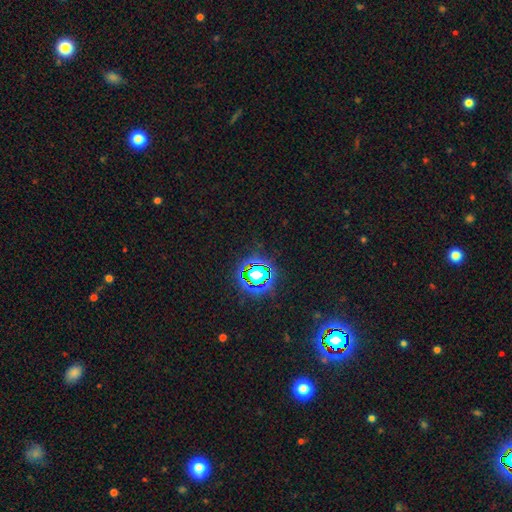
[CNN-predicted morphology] The model was most divided on "smooth or featured": star or artifact: 79%, smooth: 13%, featured or disk: 8%.